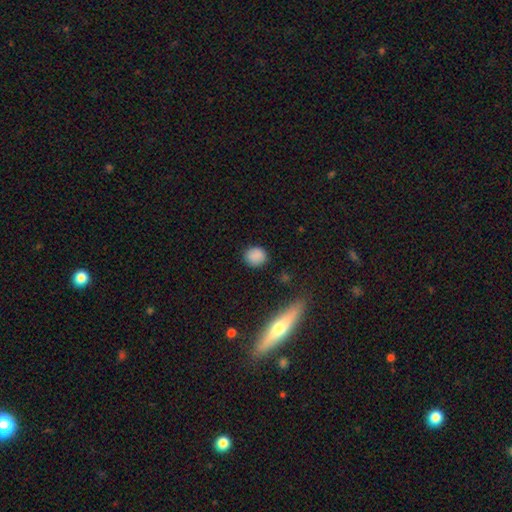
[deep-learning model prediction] smooth_or_featured: smooth (p=0.86) [alt: star or artifact p=0.10]
how_rounded: round (p=0.80) [alt: in between p=0.18]
merging: none (p=0.87) [alt: minor disturbance p=0.09]